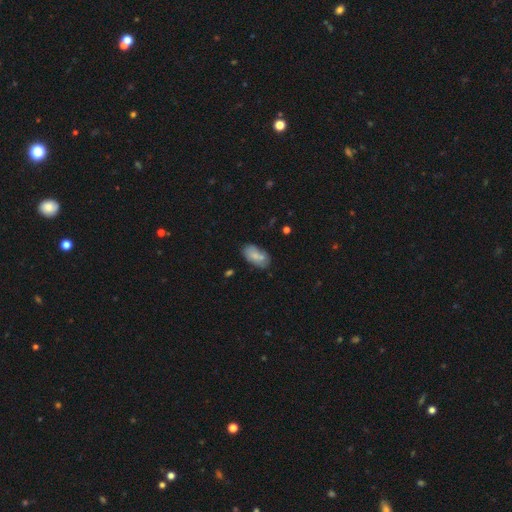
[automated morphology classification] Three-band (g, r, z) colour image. It shows a smooth galaxy with no disk features (72%) that is in between round and cigar-shaped (93%). Merging: none (60%).